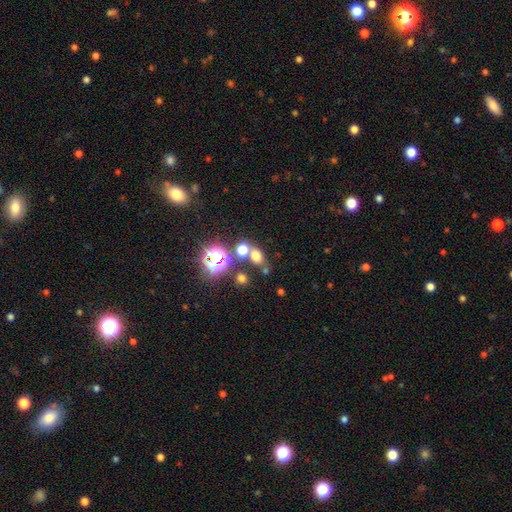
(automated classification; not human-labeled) smooth_or_featured: smooth (p=0.63) [alt: star or artifact p=0.28]
how_rounded: in between (p=0.51) [alt: round p=0.47]
merging: none (p=0.62) [alt: merger p=0.23]